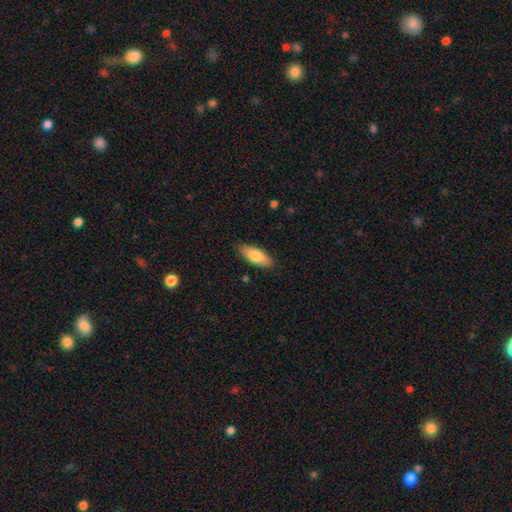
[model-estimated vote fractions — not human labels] Overall: smooth (79%). How rounded: in between (77%). Merging: none (85%).